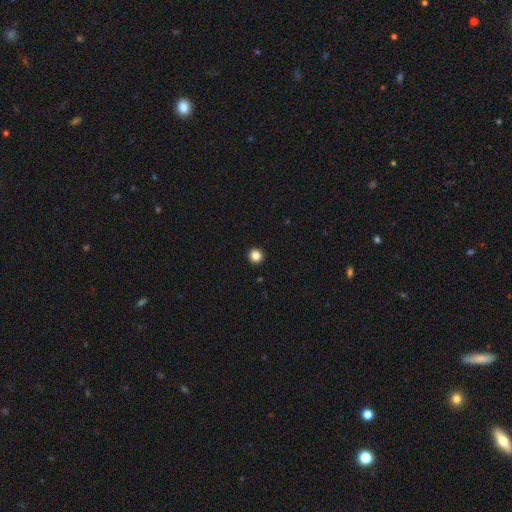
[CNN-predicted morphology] Smooth or featured?
  - smooth: 85% *
  - star or artifact: 12%
  - featured or disk: 3%
How rounded?
  - round: 94% *
  - in between: 5%
  - cigar-shaped: 1%
Merging?
  - none: 94% *
  - minor disturbance: 4%
  - major disturbance: 1%
  - merger: 1%